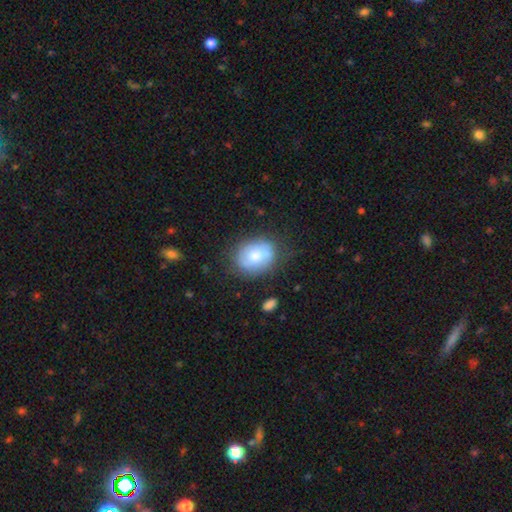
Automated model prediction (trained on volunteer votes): A smooth galaxy with no disk features (56%) that is in between round and cigar-shaped (50%). Merging: none (66%).